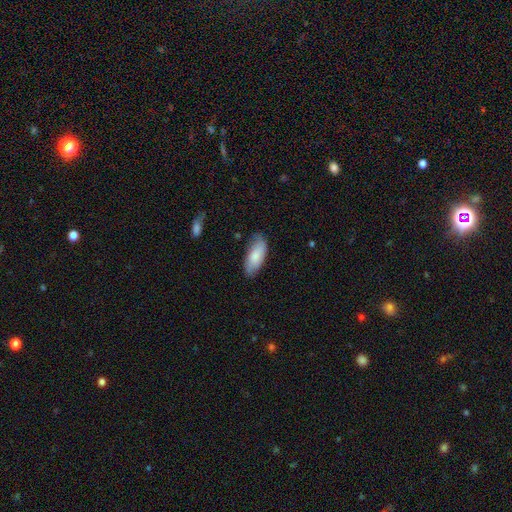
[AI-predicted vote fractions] A smooth galaxy with no disk features (76%) that is in between round and cigar-shaped (84%).

Vote fractions:
- Smooth or featured? smooth: 76% / featured or disk: 18% / star or artifact: 6%
- How rounded? in between: 84% / cigar-shaped: 14% / round: 2%
- Merging? none: 72% / minor disturbance: 22% / major disturbance: 4% / merger: 2%